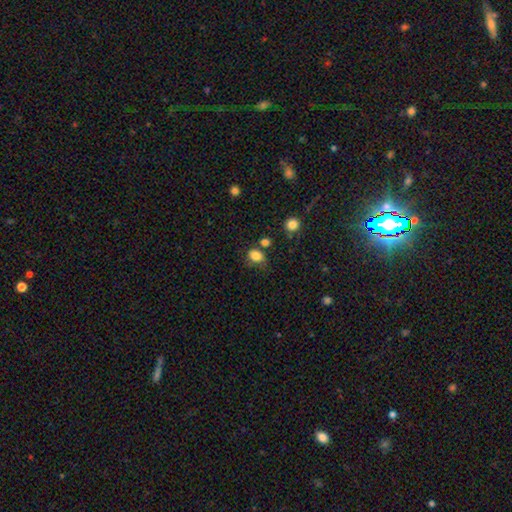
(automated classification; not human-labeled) A smooth galaxy with no disk features (84%) that is in between round and cigar-shaped (66%). Merging: none (59%).